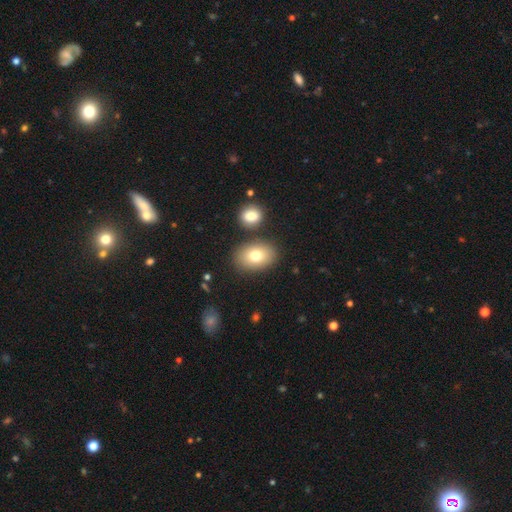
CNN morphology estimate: The model was most divided on "how rounded": in between: 79%, round: 19%, cigar-shaped: 1%. More confident: merging — none (78%); smooth or featured — smooth (77%).